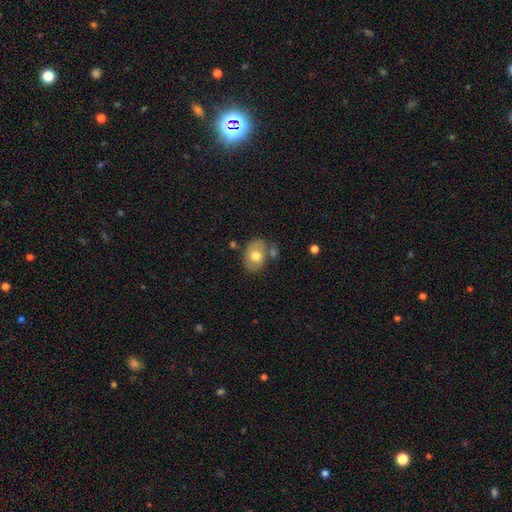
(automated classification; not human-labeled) smooth 66%, featured or disk 27%, star or artifact 7%. Down the decision tree: how rounded — in between (72%); merging — none (63%).